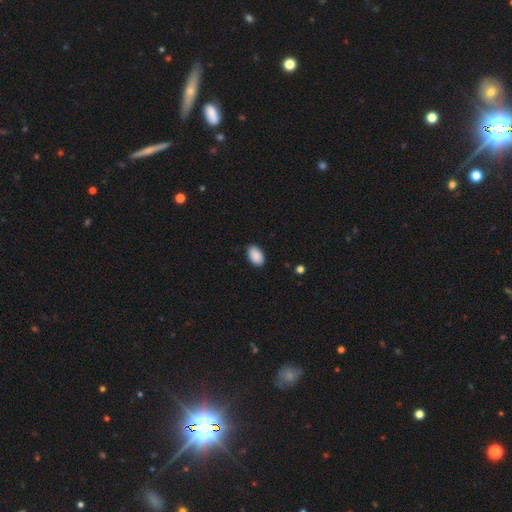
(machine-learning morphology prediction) This is clearly a smooth galaxy (90%). How rounded: clearly in between (91%). Merging: clearly none (88%).